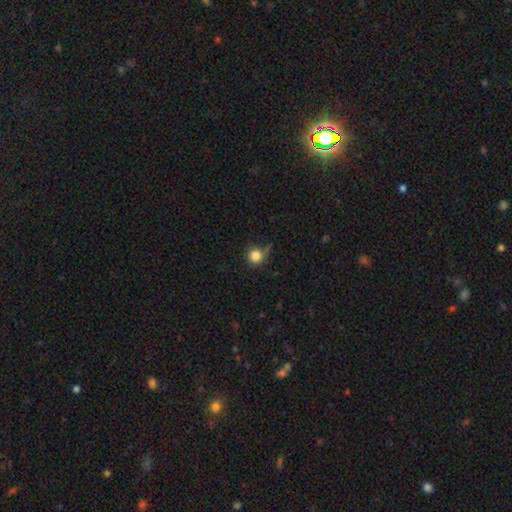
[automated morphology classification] smooth 83%, star or artifact 11%, featured or disk 6%. Down the decision tree: how rounded — round (93%); merging — none (67%).